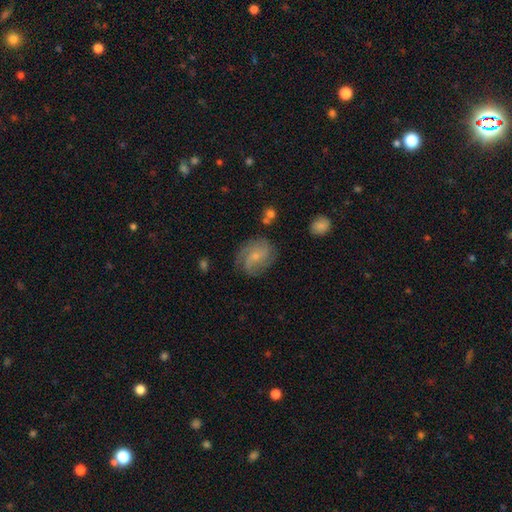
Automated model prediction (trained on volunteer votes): The model was most divided on "spiral arm count": 3: 29%, can't tell: 26%, 2: 25%, 4: 9%, 1: 6%, more than 4: 5%. Remaining: edge-on disk — no (97%); spiral arms — yes (93%); merging — none (72%); smooth or featured — featured or disk (70%); bulge size — small (67%); bar — no (59%); spiral winding — medium (44%).